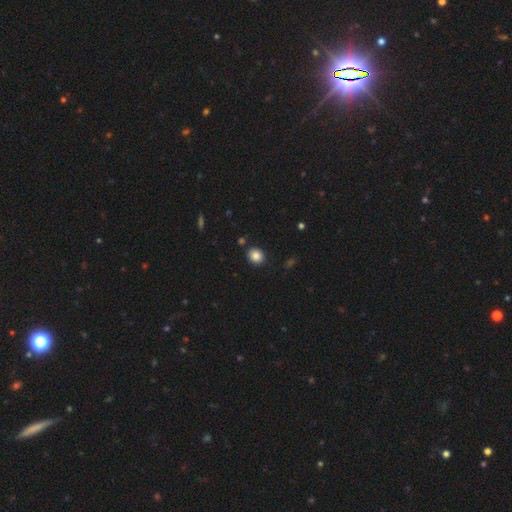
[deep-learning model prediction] Smooth or featured: smooth — 85% (star or artifact — 10%)
How rounded: round — 72% (in between — 27%)
Merging: none — 89% (minor disturbance — 7%)